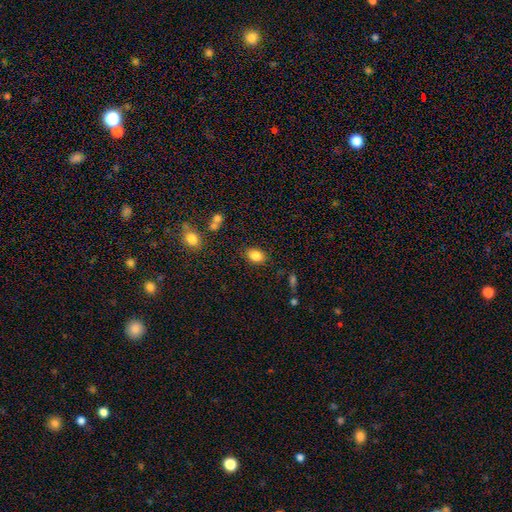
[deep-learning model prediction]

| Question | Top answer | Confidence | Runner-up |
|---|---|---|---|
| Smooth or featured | smooth | 85% | star or artifact (9%) |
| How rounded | in between | 79% | round (20%) |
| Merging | none | 84% | minor disturbance (11%) |